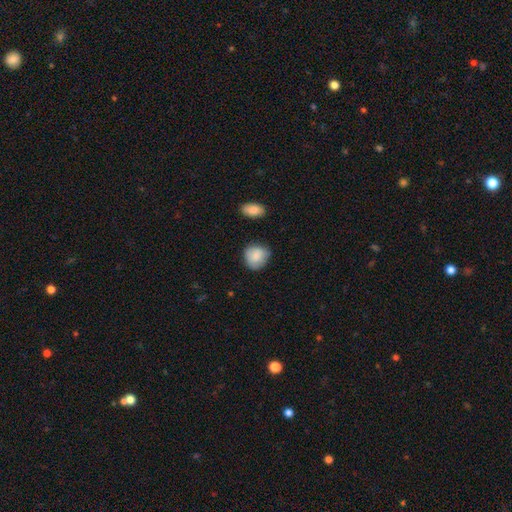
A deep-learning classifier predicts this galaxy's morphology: smooth-or-featured: smooth: 85% | featured or disk: 8% | star or artifact: 7%
  how-rounded: round: 79% | in between: 20% | cigar-shaped: 1%
  merging: none: 70% | minor disturbance: 23% | major disturbance: 5% | merger: 3%